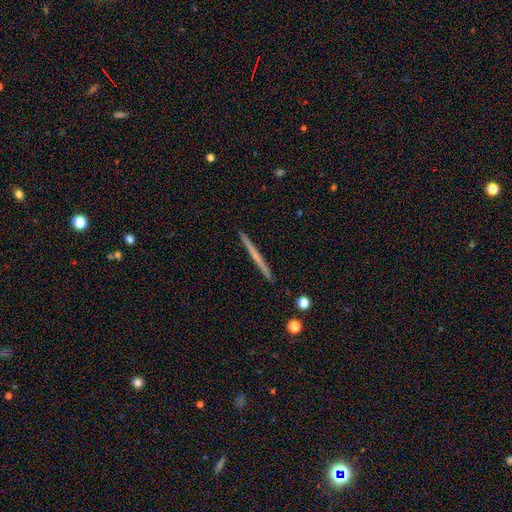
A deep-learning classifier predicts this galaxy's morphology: The model was most divided on "smooth or featured": featured or disk: 51%, smooth: 43%, star or artifact: 6%. More confident: edge-on disk — yes (98%); merging — none (93%).